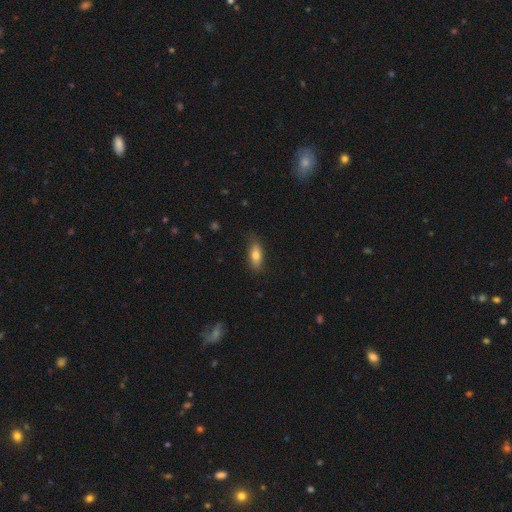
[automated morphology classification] smooth-or-featured: smooth: 76% | featured or disk: 17% | star or artifact: 7%
  how-rounded: in between: 76% | cigar-shaped: 21% | round: 3%
  merging: none: 77% | minor disturbance: 18% | major disturbance: 4% | merger: 1%